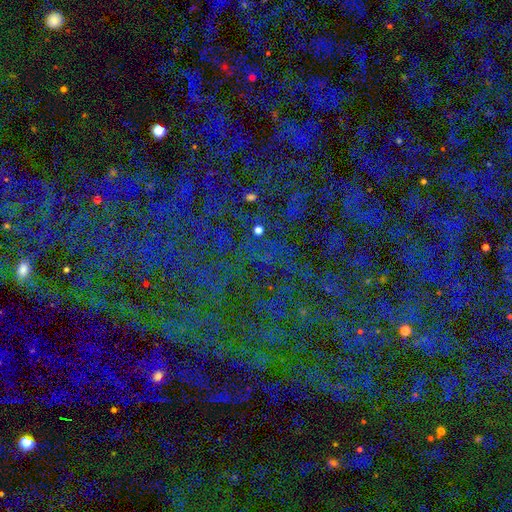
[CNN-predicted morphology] Smooth or featured? Predicted: star or artifact (p=0.78).